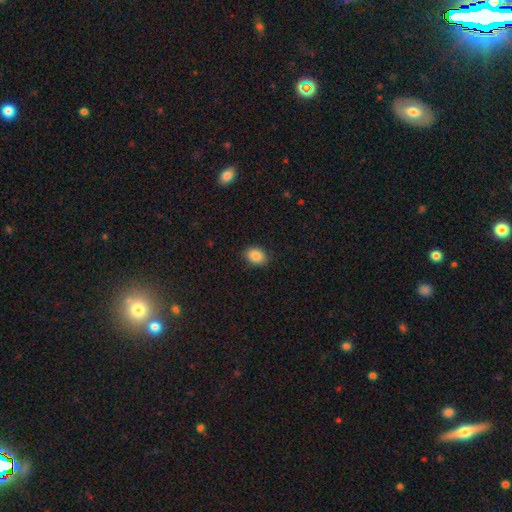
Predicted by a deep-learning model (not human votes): smooth 86%, star or artifact 9%, featured or disk 5%. Down the decision tree: how rounded — in between (67%); merging — none (87%).